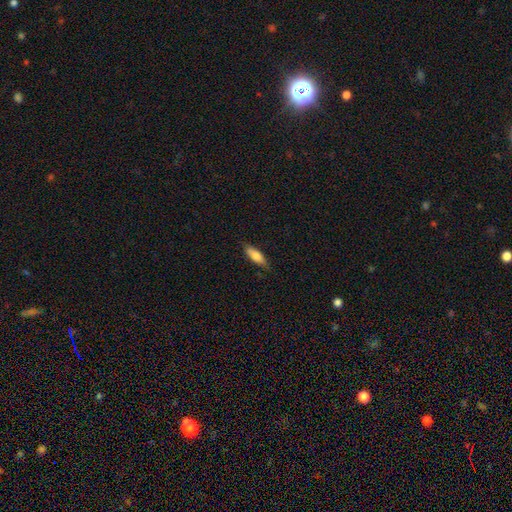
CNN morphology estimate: smooth-or-featured: smooth: 79% | featured or disk: 15% | star or artifact: 6%
  how-rounded: in between: 56% | cigar-shaped: 42% | round: 2%
  merging: none: 78% | minor disturbance: 18% | major disturbance: 3% | merger: 1%